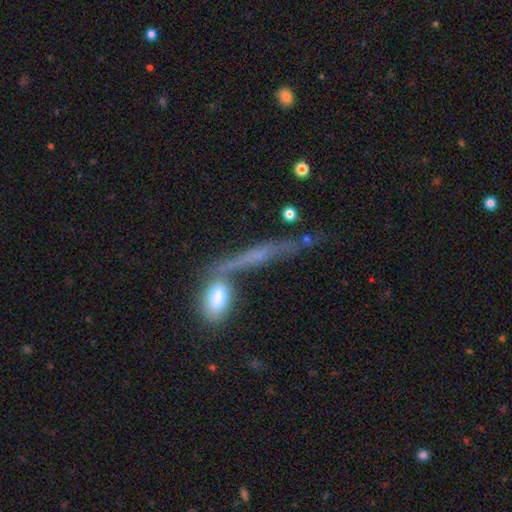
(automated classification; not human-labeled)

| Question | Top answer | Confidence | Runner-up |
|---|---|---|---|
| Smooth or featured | featured or disk | 48% | smooth (39%) |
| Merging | none | 52% | merger (22%) |